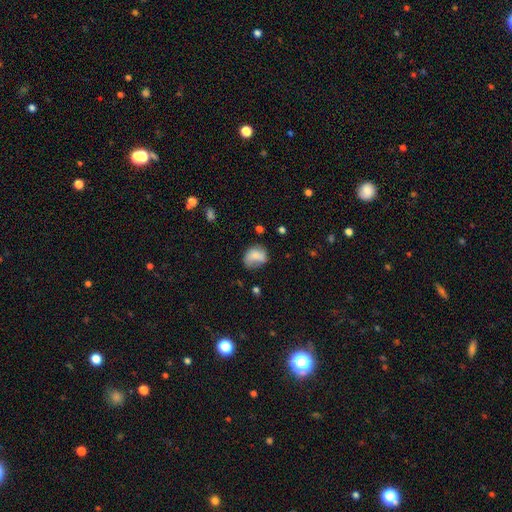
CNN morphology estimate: This is likely a smooth galaxy (70%). How rounded: possibly in between (51%). Merging: marginally none (45%).